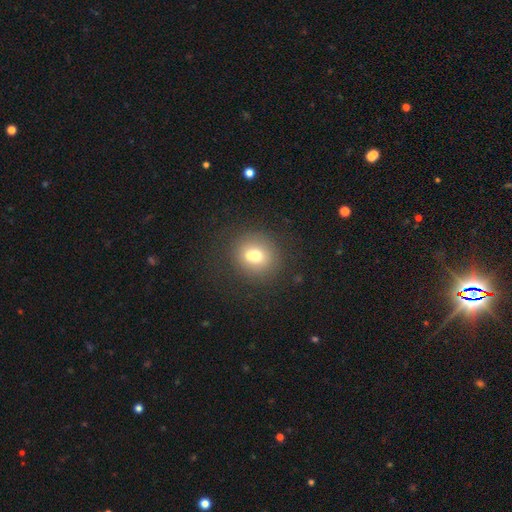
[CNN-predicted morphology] This is likely a smooth galaxy (67%). How rounded: clearly round (83%). Merging: possibly none (51%).